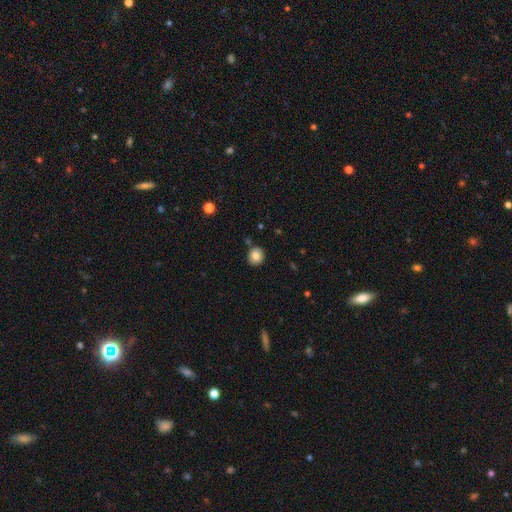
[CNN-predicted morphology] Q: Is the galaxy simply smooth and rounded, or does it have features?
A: smooth — 80%.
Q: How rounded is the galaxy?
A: round — 84%.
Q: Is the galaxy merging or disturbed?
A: none — 86%.